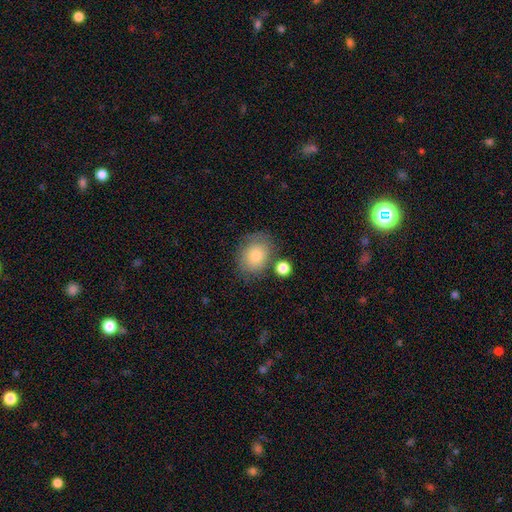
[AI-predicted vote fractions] Smooth or featured: smooth — 76% (featured or disk — 15%)
How rounded: round — 52% (in between — 47%)
Merging: none — 68% (minor disturbance — 18%)